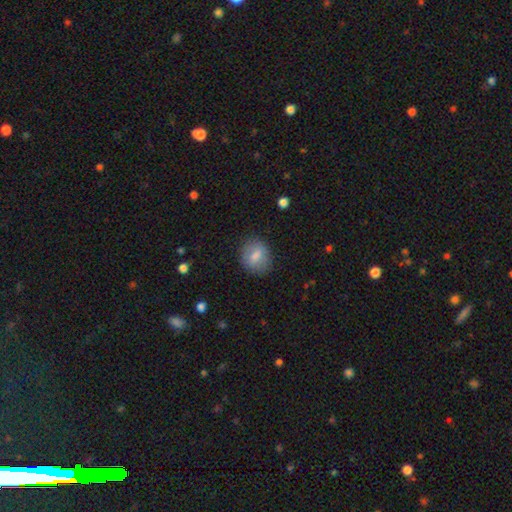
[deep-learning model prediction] smooth_or_featured: smooth (p=0.76) [alt: featured or disk p=0.16]
how_rounded: round (p=0.55) [alt: in between p=0.44]
merging: none (p=0.82) [alt: minor disturbance p=0.13]